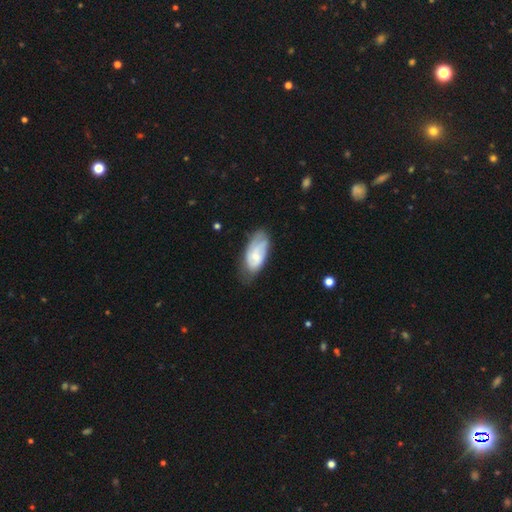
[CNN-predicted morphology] Smooth or featured? Predicted: smooth (p=0.48). Merging? Predicted: none (p=0.55).